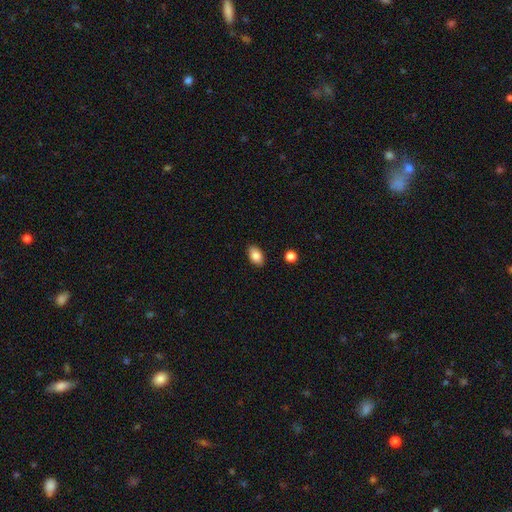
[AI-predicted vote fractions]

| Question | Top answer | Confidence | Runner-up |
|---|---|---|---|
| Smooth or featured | smooth | 86% | star or artifact (8%) |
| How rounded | in between | 91% | round (8%) |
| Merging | none | 88% | minor disturbance (9%) |